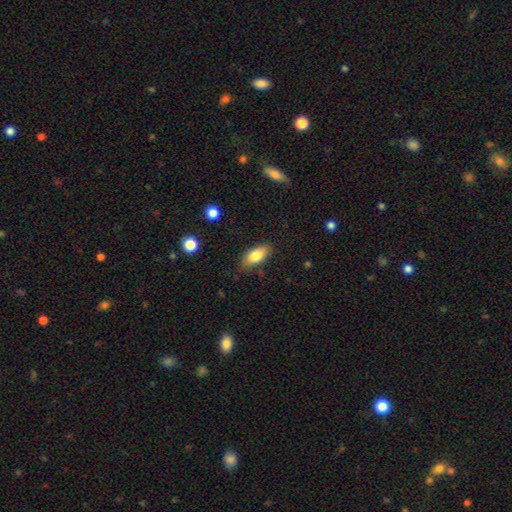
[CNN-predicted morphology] The model was most divided on "merging": none: 80%, minor disturbance: 16%, major disturbance: 3%, merger: 2%. More confident: how rounded — in between (88%); smooth or featured — smooth (81%).